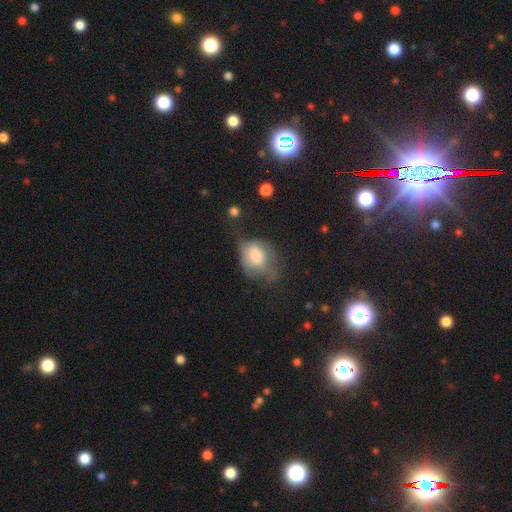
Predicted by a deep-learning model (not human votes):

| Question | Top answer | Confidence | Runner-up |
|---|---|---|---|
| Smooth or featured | smooth | 65% | featured or disk (26%) |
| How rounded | in between | 65% | round (33%) |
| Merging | major disturbance | 39% | minor disturbance (33%) |